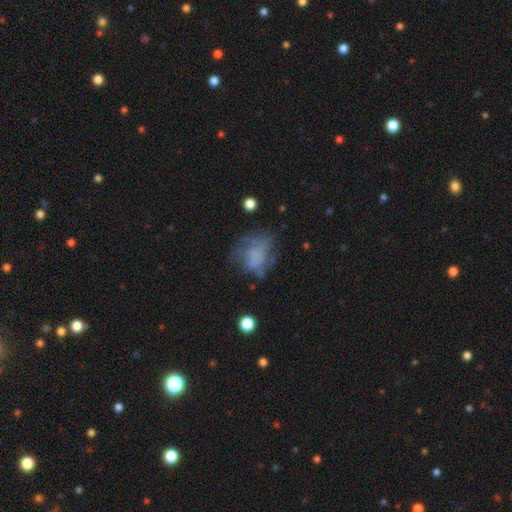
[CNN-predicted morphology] type=smooth (44%); merging=none (43%).